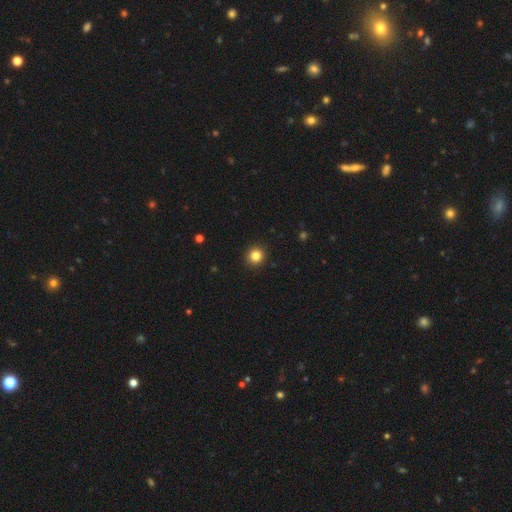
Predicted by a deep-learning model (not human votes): A smooth galaxy with no disk features (84%) that is round (94%). Merging: none (93%).